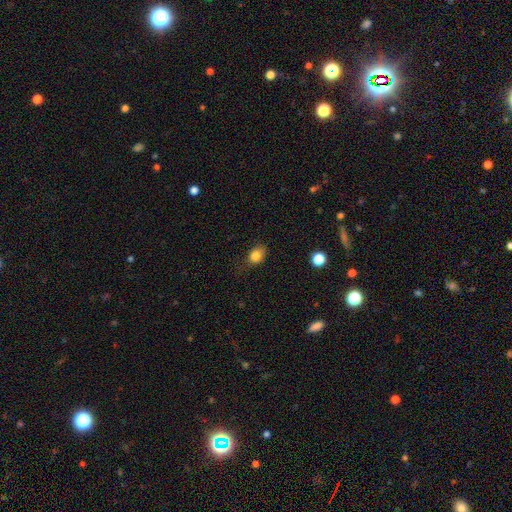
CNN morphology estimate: smooth_or_featured: smooth (p=0.83) [alt: star or artifact p=0.10]
how_rounded: in between (p=0.60) [alt: round p=0.39]
merging: none (p=0.62) [alt: minor disturbance p=0.27]